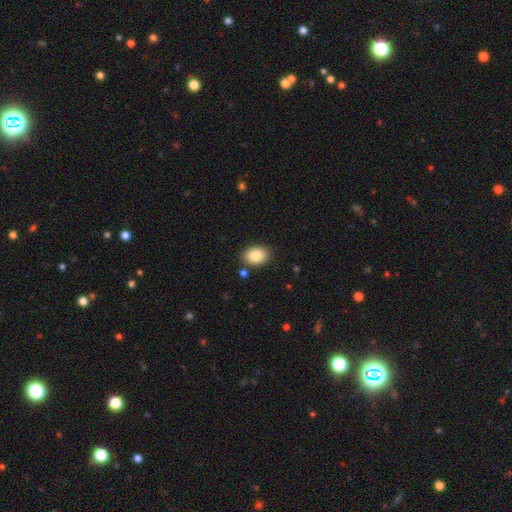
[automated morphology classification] This is clearly a smooth galaxy (86%). How rounded: likely in between (78%). Merging: clearly none (86%).